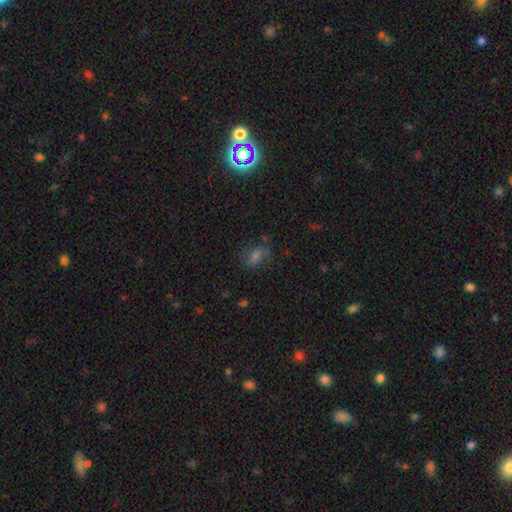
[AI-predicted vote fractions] This appears to be a smooth galaxy with no disk features (47%). Merging: none (68%).